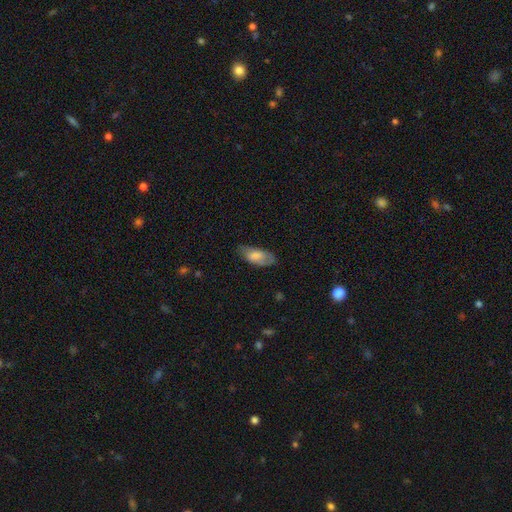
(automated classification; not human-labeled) Smooth or featured? Predicted: smooth (p=0.71). How rounded? Predicted: in between (p=0.87). Merging? Predicted: none (p=0.69).